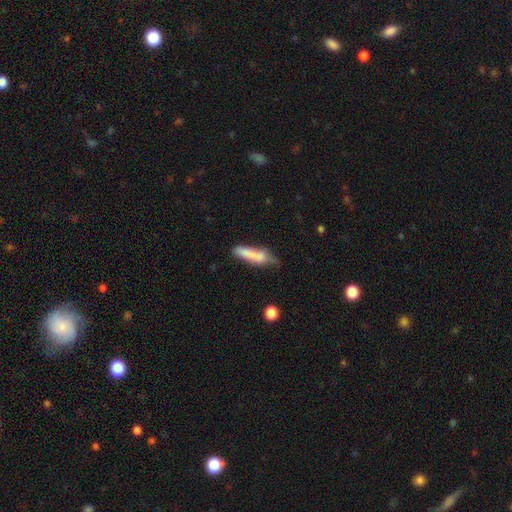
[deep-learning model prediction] Smooth or featured? smooth (69%)
How rounded? cigar-shaped (64%)
Merging? none (34%)